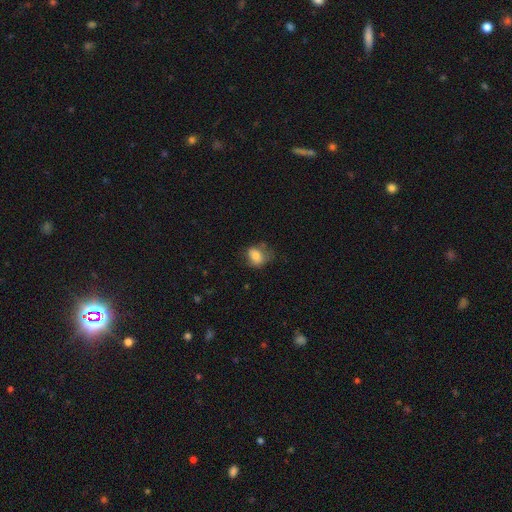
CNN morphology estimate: This appears to be a smooth galaxy with no disk features (75%) that is in between round and cigar-shaped (58%). Merging: none (47%).